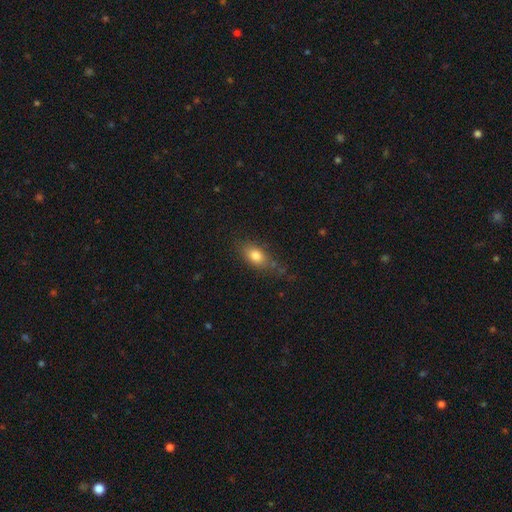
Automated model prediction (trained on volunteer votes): Smooth or featured: smooth — 81% (featured or disk — 10%)
How rounded: in between — 82% (round — 12%)
Merging: none — 68% (minor disturbance — 21%)